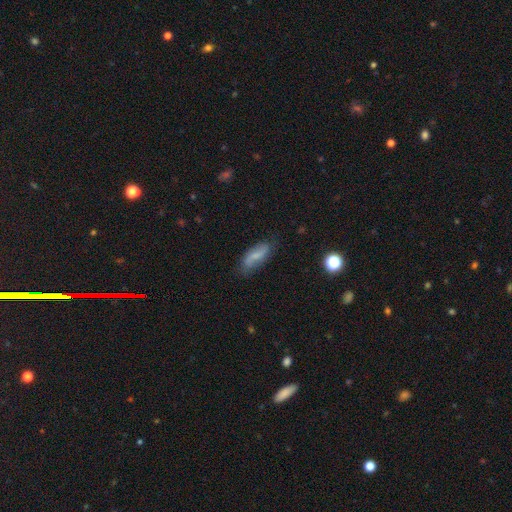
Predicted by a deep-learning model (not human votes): This appears to be a smooth galaxy with no disk features (55%) that is in between round and cigar-shaped (68%). Merging: none (71%).